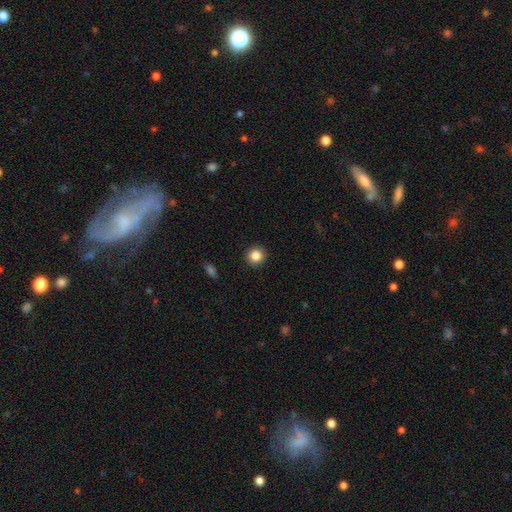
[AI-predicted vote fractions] Overall: smooth (85%). How rounded: round (93%). Merging: none (92%).